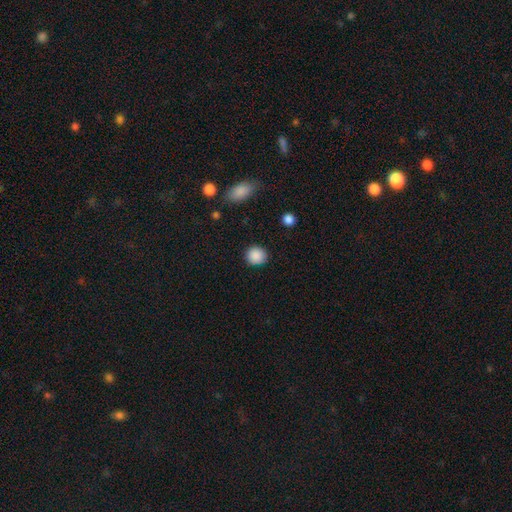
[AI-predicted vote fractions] smooth_or_featured: smooth (p=0.89) [alt: star or artifact p=0.09]
how_rounded: round (p=0.88) [alt: in between p=0.11]
merging: none (p=0.89) [alt: minor disturbance p=0.07]